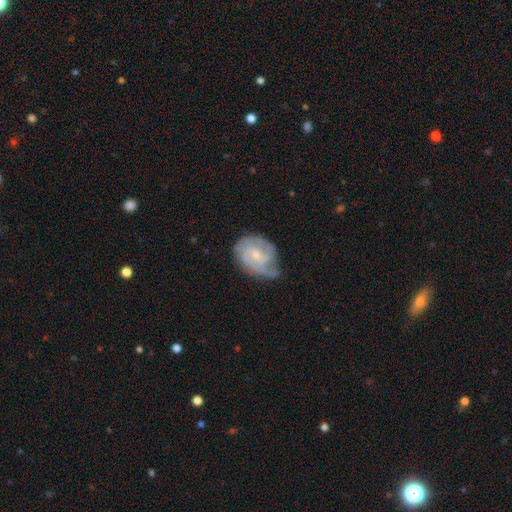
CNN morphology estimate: Smooth or featured: featured or disk — 79% (smooth — 15%)
Edge-on disk: no — 98% (yes — 2%)
Bar: no — 63% (weak — 32%)
Spiral arms: yes — 94% (no — 6%)
Spiral winding: tight — 53% (medium — 37%)
Spiral arm count: 3 — 31% (2 — 30%)
Bulge size: small — 64% (moderate — 31%)
Merging: none — 55% (minor disturbance — 31%)